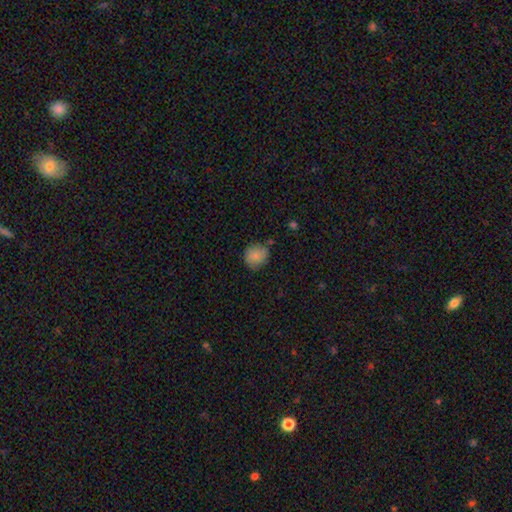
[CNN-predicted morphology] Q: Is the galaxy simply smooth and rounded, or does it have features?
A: smooth — 86%.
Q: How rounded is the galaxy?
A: round — 81%.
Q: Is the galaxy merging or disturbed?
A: none — 75%.